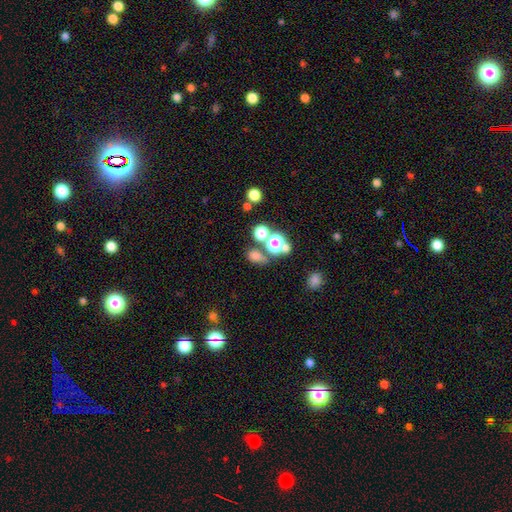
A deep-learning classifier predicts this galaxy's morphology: smooth-or-featured: smooth: 67% | star or artifact: 24% | featured or disk: 10%
  how-rounded: round: 50% | in between: 48% | cigar-shaped: 2%
  merging: none: 56% | merger: 26% | minor disturbance: 11% | major disturbance: 6%